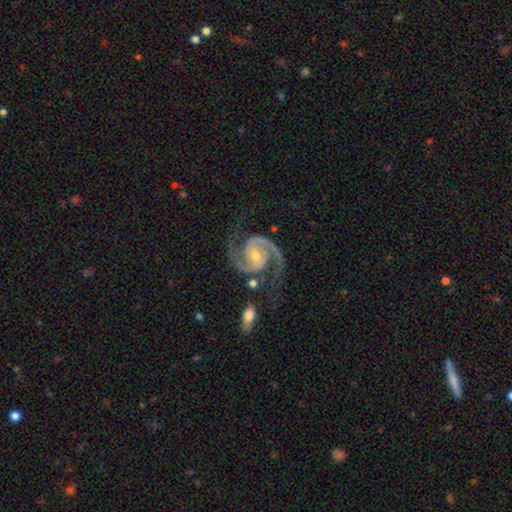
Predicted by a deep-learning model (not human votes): Overall: featured or disk (94%). Edge-on disk: no (98%). Bar: no (52%; weak 35%). Spiral arms: yes (99%). Spiral arm count: 2 (94%). Spiral winding: medium (63%; tight 24%). Bulge size: moderate (53%; small 42%). Merging: none (72%).